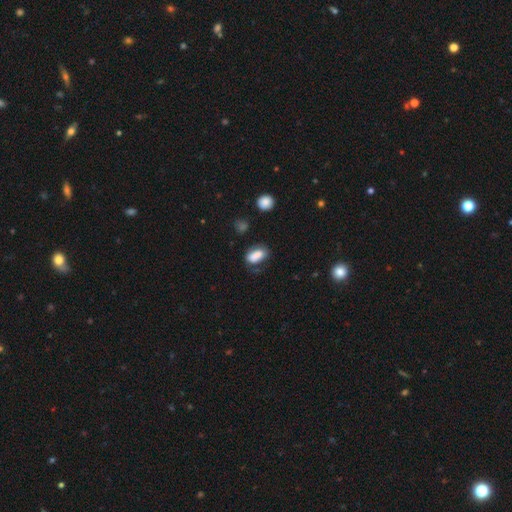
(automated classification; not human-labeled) This appears to be a smooth galaxy with no disk features (83%) that is in between round and cigar-shaped (88%). Merging: none (60%).